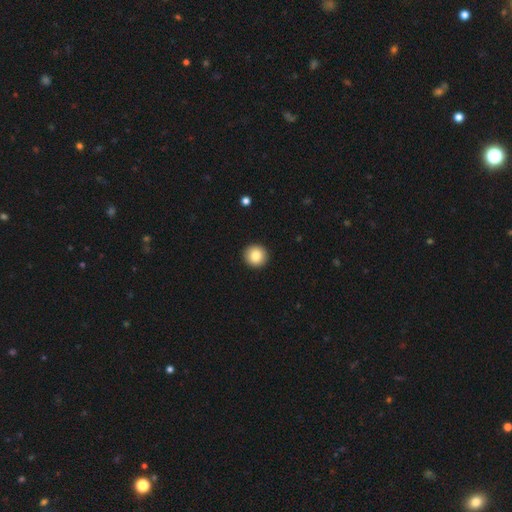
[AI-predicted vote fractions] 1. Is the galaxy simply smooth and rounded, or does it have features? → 85% smooth, 9% star or artifact, 6% featured or disk.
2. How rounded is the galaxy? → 95% round, 4% in between, 1% cigar-shaped.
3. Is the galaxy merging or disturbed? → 94% none, 4% minor disturbance, 1% major disturbance, 1% merger.